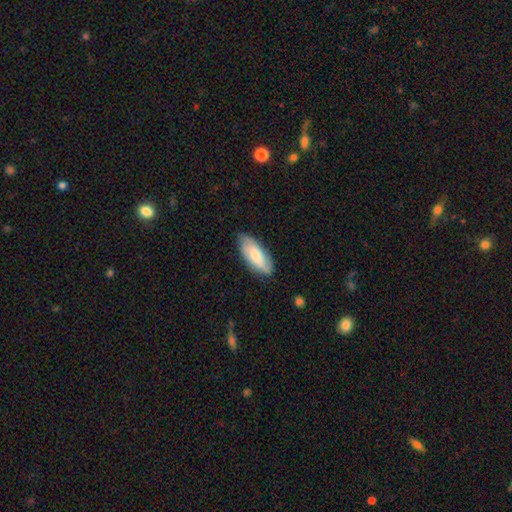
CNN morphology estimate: type=smooth (54%); roundness=in between (79%); merging=none (76%).